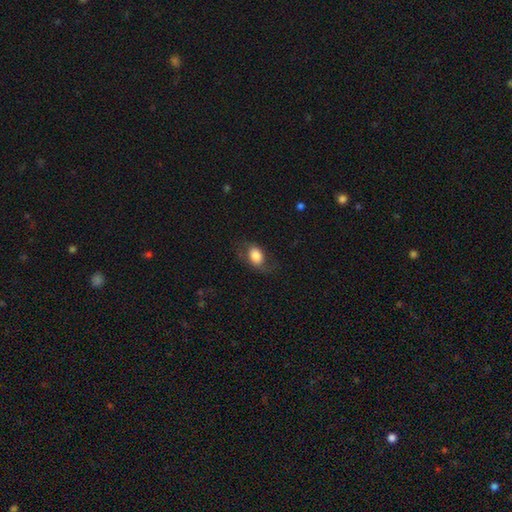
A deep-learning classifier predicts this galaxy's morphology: Smooth or featured?
  - smooth: 71% *
  - featured or disk: 22%
  - star or artifact: 7%
How rounded?
  - in between: 75% *
  - round: 23%
  - cigar-shaped: 2%
Merging?
  - none: 61% *
  - minor disturbance: 22%
  - major disturbance: 15%
  - merger: 1%